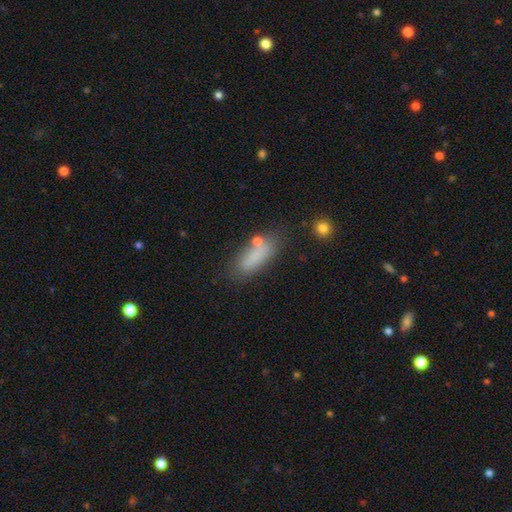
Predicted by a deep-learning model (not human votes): Q: Smooth or featured?
A: smooth (79%); runner-up: featured or disk (11%)
Q: How rounded?
A: in between (67%); runner-up: cigar-shaped (30%)
Q: Merging?
A: none (68%); runner-up: minor disturbance (18%)